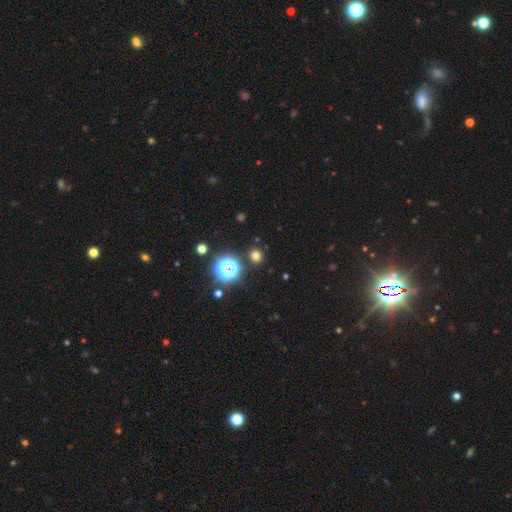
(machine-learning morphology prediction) A smooth galaxy with no disk features (69%) that is round (89%).

Vote fractions:
- Smooth or featured? smooth: 69% / star or artifact: 26% / featured or disk: 5%
- How rounded? round: 89% / in between: 10% / cigar-shaped: 1%
- Merging? none: 87% / minor disturbance: 7% / merger: 3% / major disturbance: 3%